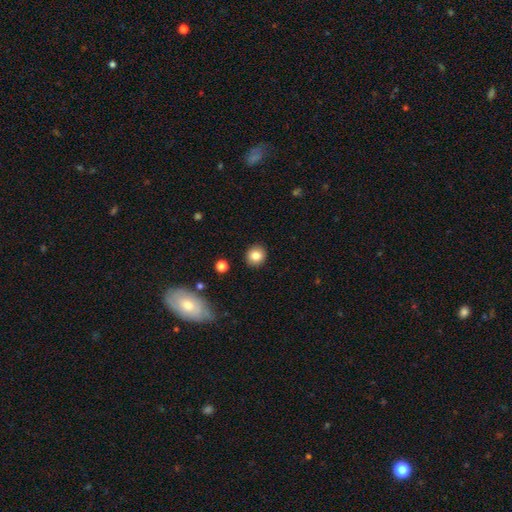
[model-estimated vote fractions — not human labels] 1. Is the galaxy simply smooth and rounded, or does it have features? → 83% smooth, 10% star or artifact, 7% featured or disk.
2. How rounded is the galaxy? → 87% round, 12% in between, 1% cigar-shaped.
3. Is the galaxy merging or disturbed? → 91% none, 6% minor disturbance, 2% major disturbance, 1% merger.